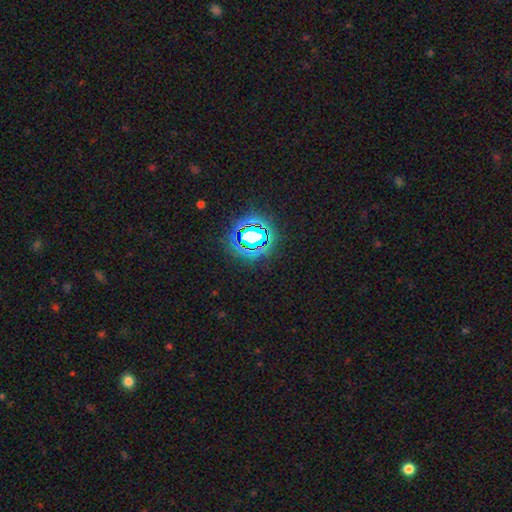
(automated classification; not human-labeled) The model was most divided on "smooth or featured": star or artifact: 79%, smooth: 14%, featured or disk: 6%.